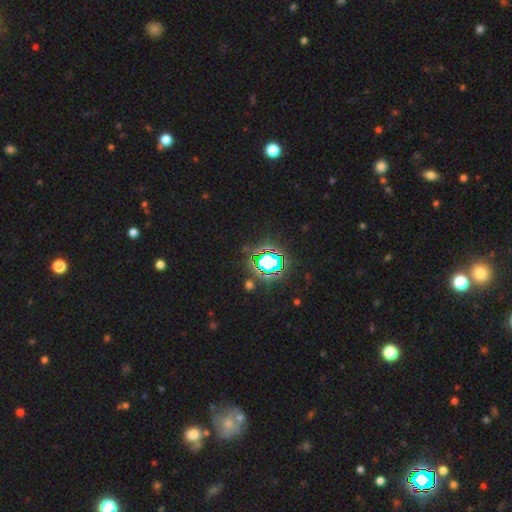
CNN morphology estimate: The model was most divided on "smooth or featured": star or artifact: 81%, smooth: 11%, featured or disk: 8%.